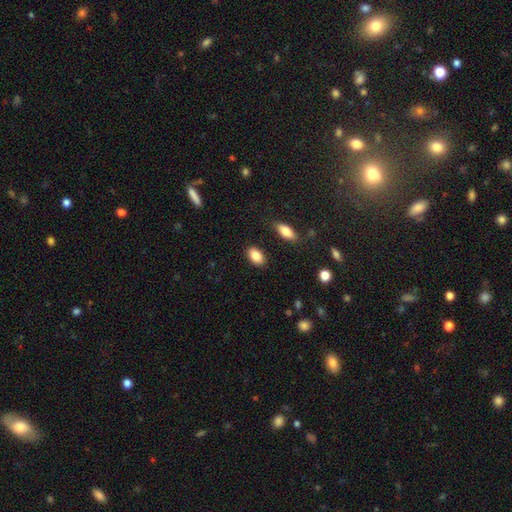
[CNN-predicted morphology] This is clearly a smooth galaxy (87%). How rounded: clearly in between (90%). Merging: clearly none (86%).